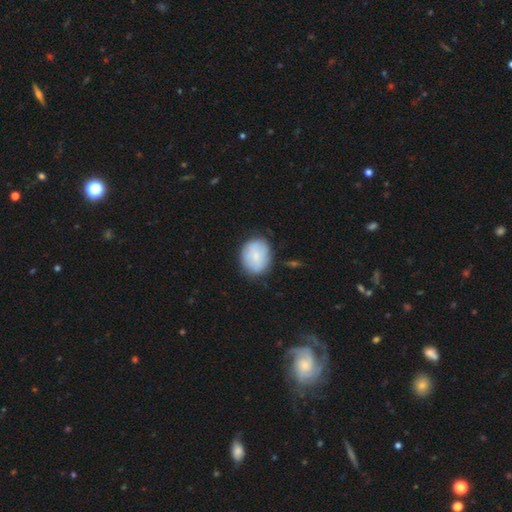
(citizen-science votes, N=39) Morphology: type=smooth (77%); roundness=round (63%); merging=none (73%).